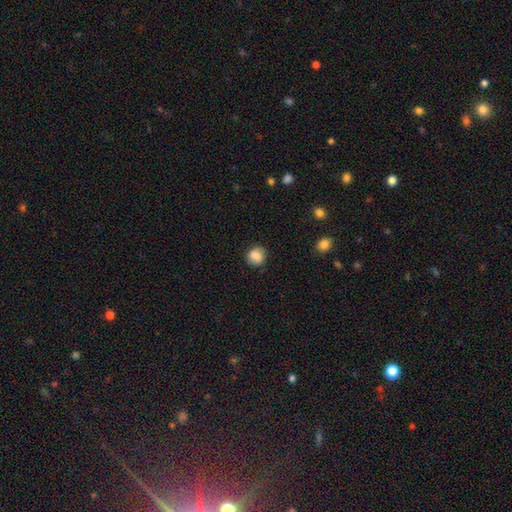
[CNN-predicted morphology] Smooth or featured? Predicted: smooth (p=0.82). How rounded? Predicted: round (p=0.80). Merging? Predicted: none (p=0.79).